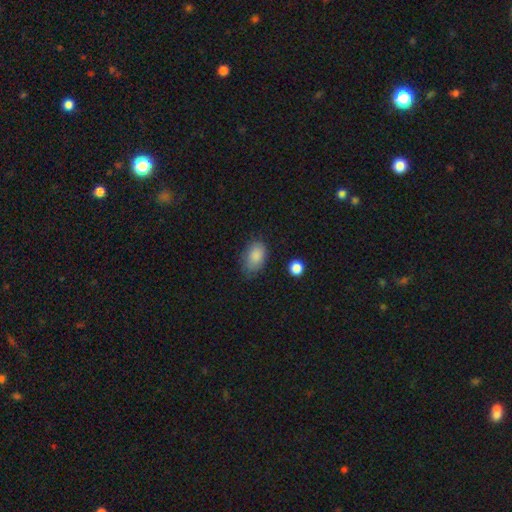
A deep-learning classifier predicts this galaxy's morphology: This is clearly a smooth galaxy (86%). How rounded: clearly in between (89%). Merging: likely none (68%).